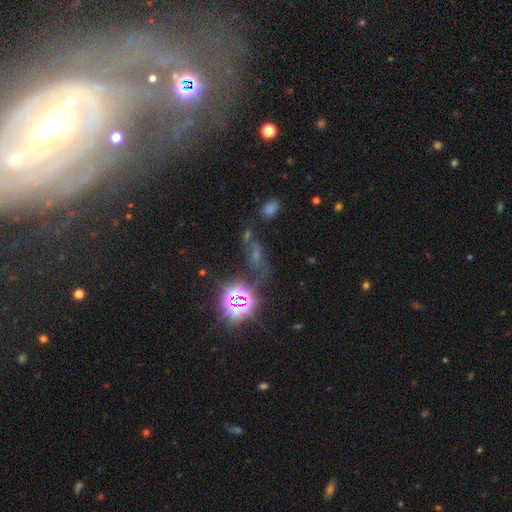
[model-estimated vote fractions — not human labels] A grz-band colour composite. It shows a star or artifact, not a galaxy (52%).